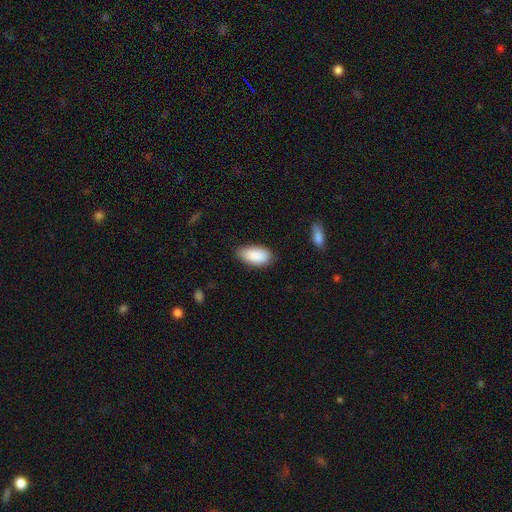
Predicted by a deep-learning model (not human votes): smooth 90%, star or artifact 6%, featured or disk 4%. Down the decision tree: how rounded — in between (94%); merging — none (78%).